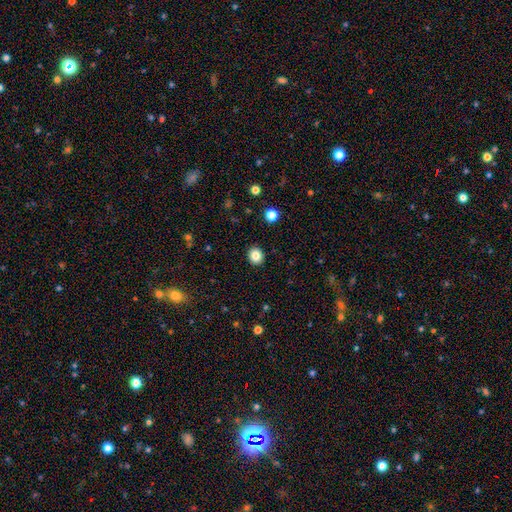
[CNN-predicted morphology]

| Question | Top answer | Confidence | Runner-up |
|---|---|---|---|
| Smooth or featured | smooth | 85% | star or artifact (10%) |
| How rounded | round | 74% | in between (25%) |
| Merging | none | 92% | minor disturbance (6%) |